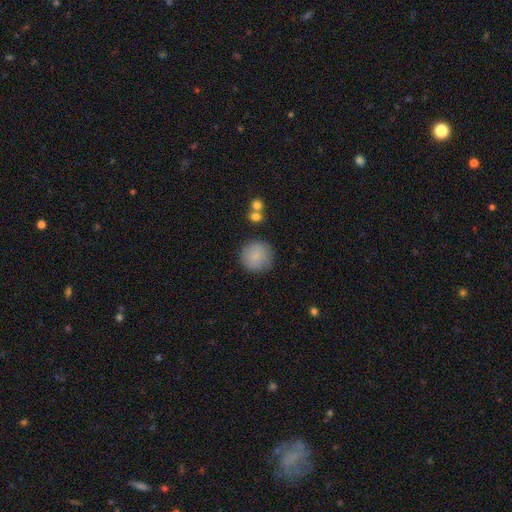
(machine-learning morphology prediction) smooth-or-featured: smooth: 85% | star or artifact: 8% | featured or disk: 7%
  how-rounded: round: 95% | in between: 4% | cigar-shaped: 1%
  merging: none: 85% | minor disturbance: 10% | major disturbance: 3% | merger: 3%